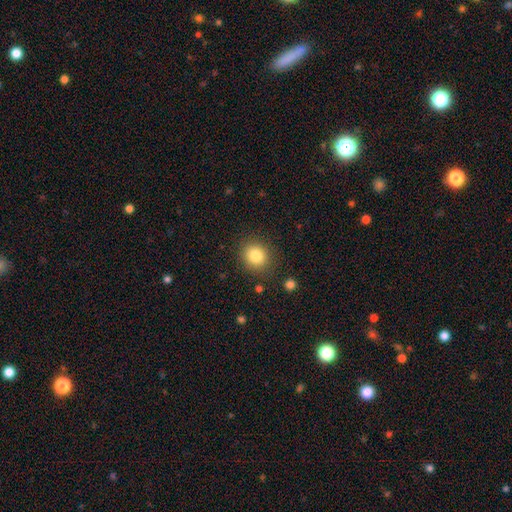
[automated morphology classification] A smooth galaxy with no disk features (83%) that is round (82%).

Vote fractions:
- Smooth or featured? smooth: 83% / star or artifact: 11% / featured or disk: 6%
- How rounded? round: 82% / in between: 18% / cigar-shaped: 1%
- Merging? none: 87% / minor disturbance: 8% / major disturbance: 3% / merger: 2%